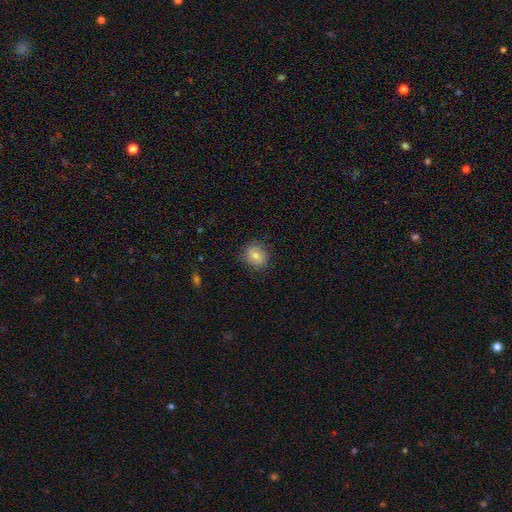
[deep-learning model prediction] Overall: smooth (75%). How rounded: round (74%). Merging: none (80%).